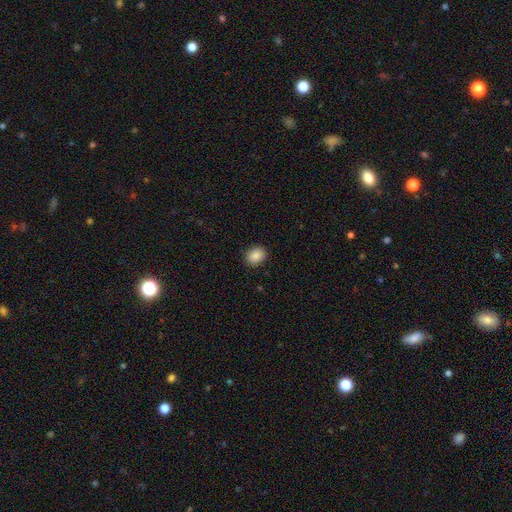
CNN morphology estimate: Smooth or featured?
  - smooth: 86% *
  - star or artifact: 9%
  - featured or disk: 5%
How rounded?
  - round: 62% *
  - in between: 38%
  - cigar-shaped: 1%
Merging?
  - none: 90% *
  - minor disturbance: 7%
  - major disturbance: 2%
  - merger: 1%